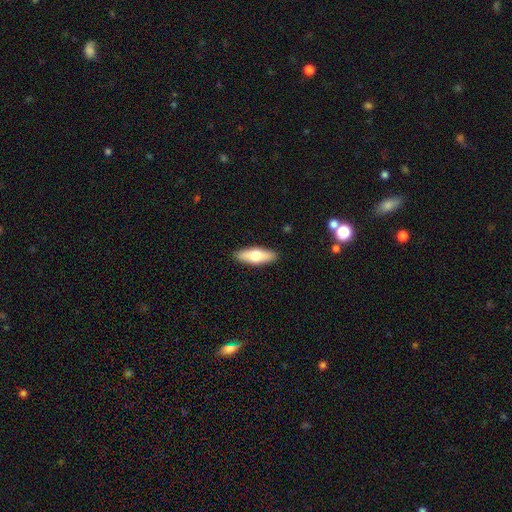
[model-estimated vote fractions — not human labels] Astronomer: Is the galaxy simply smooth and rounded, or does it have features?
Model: smooth — 65%.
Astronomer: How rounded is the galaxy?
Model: in between — 63%.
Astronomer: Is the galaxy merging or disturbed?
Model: none — 90%.